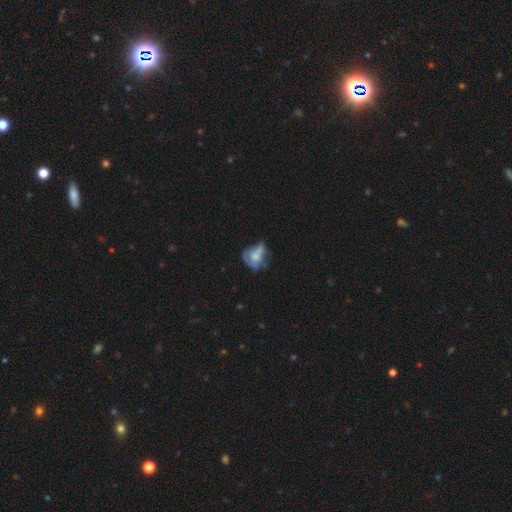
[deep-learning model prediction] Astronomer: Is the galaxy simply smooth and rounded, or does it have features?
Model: smooth — 51% (runner-up: featured or disk, 39%).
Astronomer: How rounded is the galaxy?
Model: in between — 58% (runner-up: round, 40%).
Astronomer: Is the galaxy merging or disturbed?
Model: major disturbance — 32% (runner-up: none, 29%).